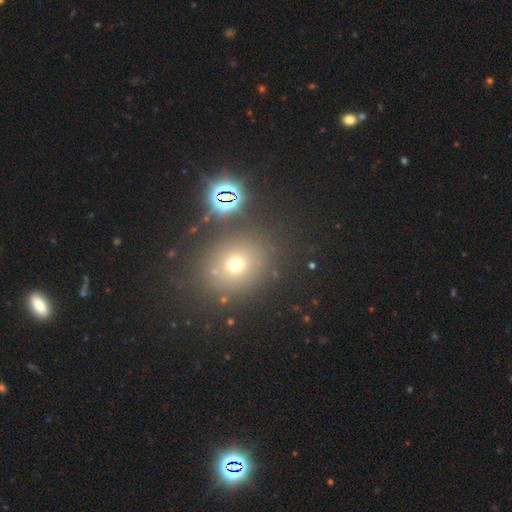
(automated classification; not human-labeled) A smooth galaxy with no disk features (53%) that is round (68%).

Vote fractions:
- Smooth or featured? smooth: 53% / star or artifact: 35% / featured or disk: 12%
- How rounded? round: 68% / in between: 30% / cigar-shaped: 1%
- Merging? none: 82% / minor disturbance: 9% / merger: 6% / major disturbance: 4%